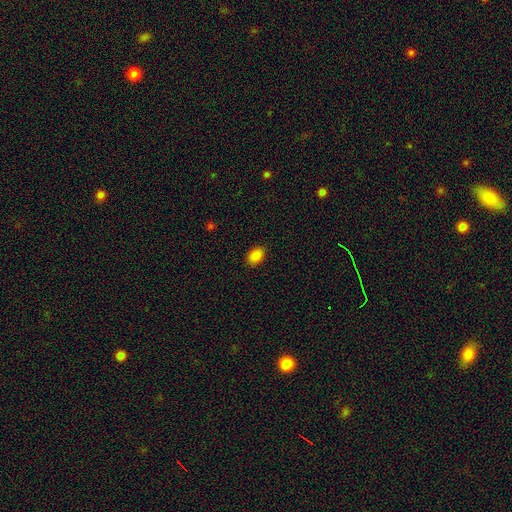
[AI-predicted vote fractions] Smooth or featured: smooth — 87% (star or artifact — 10%)
How rounded: in between — 81% (round — 18%)
Merging: none — 88% (minor disturbance — 9%)